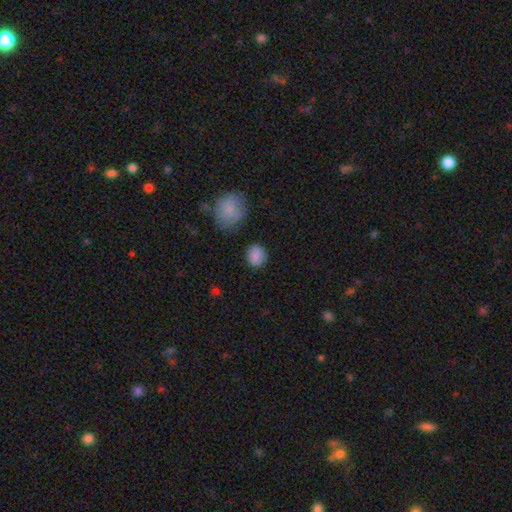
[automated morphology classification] Q: Smooth or featured?
A: smooth (86%); runner-up: star or artifact (9%)
Q: How rounded?
A: round (57%); runner-up: in between (42%)
Q: Merging?
A: none (82%); runner-up: minor disturbance (12%)